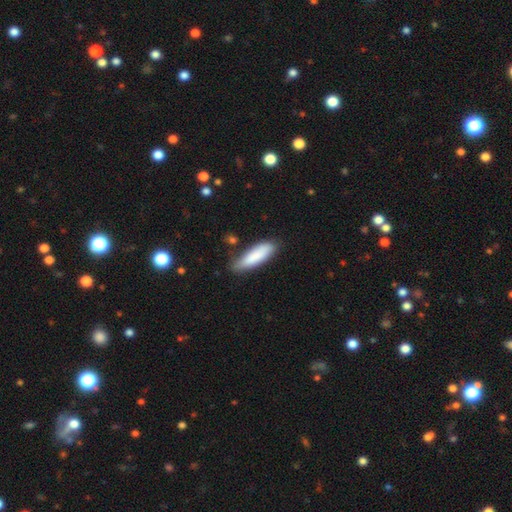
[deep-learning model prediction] Smooth or featured? smooth (85%)
How rounded? cigar-shaped (53%)
Merging? none (72%)